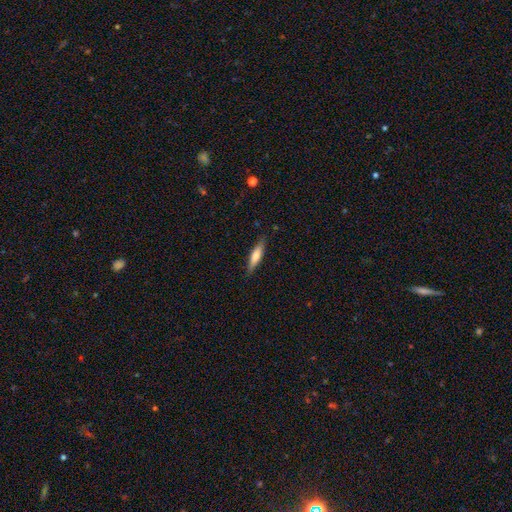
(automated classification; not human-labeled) This is likely a smooth galaxy (60%). How rounded: likely cigar-shaped (78%). Merging: clearly none (86%).